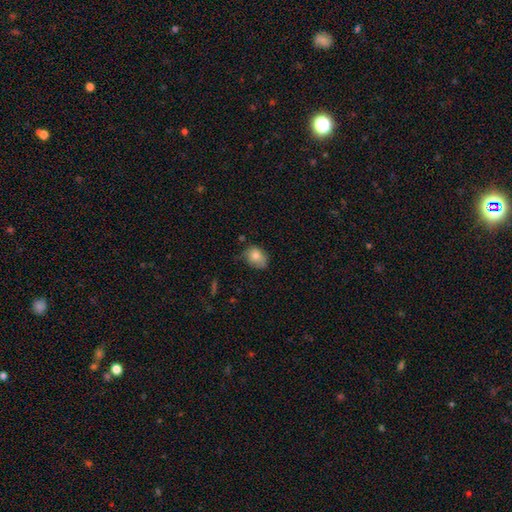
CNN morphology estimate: This is likely a smooth galaxy (77%). How rounded: possibly in between (57%). Merging: possibly none (48%).